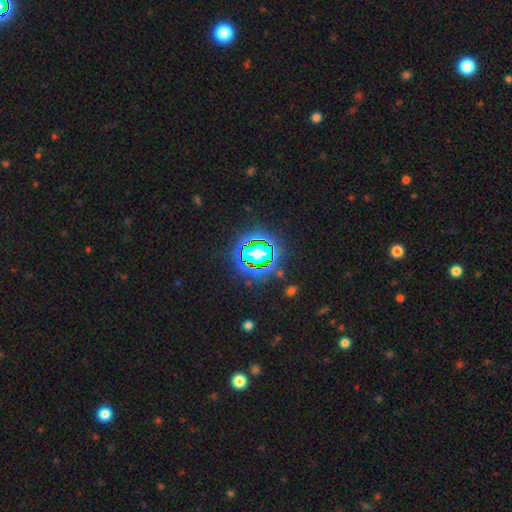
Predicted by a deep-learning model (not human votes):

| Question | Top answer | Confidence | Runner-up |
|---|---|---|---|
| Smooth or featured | star or artifact | 70% | smooth (18%) |